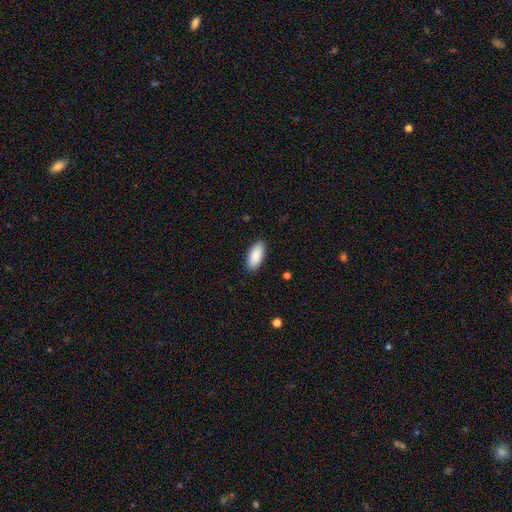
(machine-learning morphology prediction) smooth 89%, star or artifact 6%, featured or disk 5%. Down the decision tree: how rounded — in between (91%); merging — none (89%).